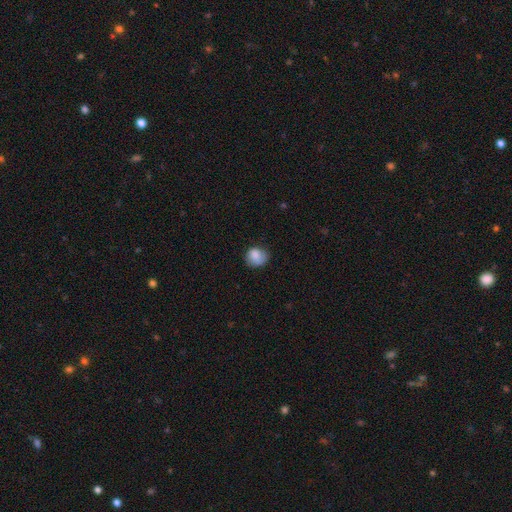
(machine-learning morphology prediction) type=smooth (83%); roundness=round (72%); merging=none (65%).